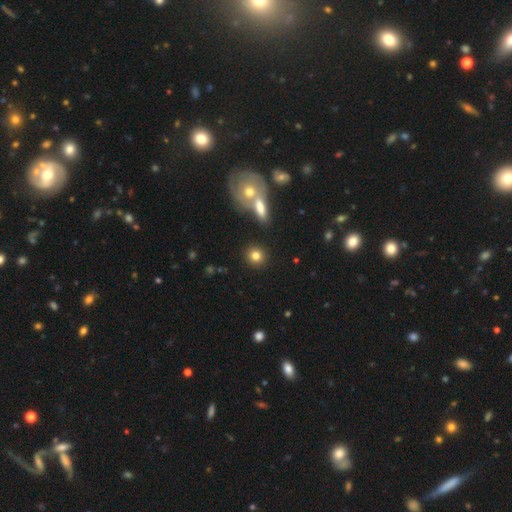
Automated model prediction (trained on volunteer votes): smooth-or-featured: smooth: 80% | star or artifact: 11% | featured or disk: 9%
  how-rounded: round: 87% | in between: 11% | cigar-shaped: 2%
  merging: none: 86% | minor disturbance: 6% | merger: 6% | major disturbance: 3%